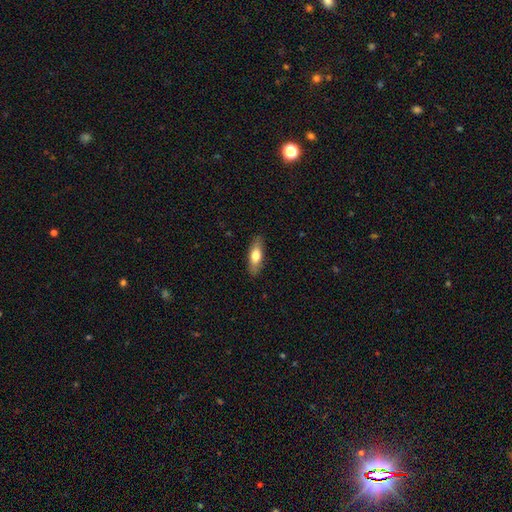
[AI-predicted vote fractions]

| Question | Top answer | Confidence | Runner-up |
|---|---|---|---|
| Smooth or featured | smooth | 67% | featured or disk (27%) |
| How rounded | in between | 57% | cigar-shaped (40%) |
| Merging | none | 87% | minor disturbance (10%) |